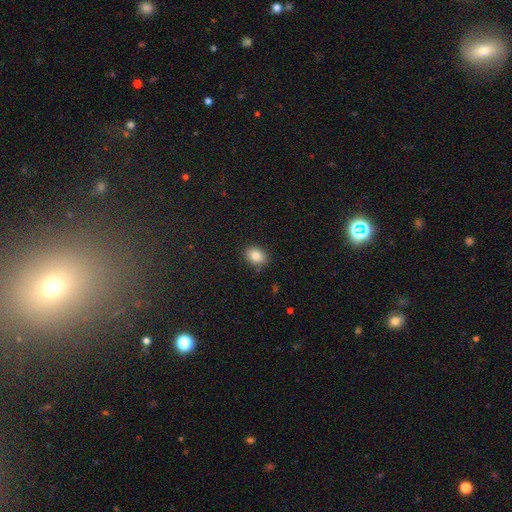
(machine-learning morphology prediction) Overall: smooth (85%). How rounded: in between (71%). Merging: none (87%).